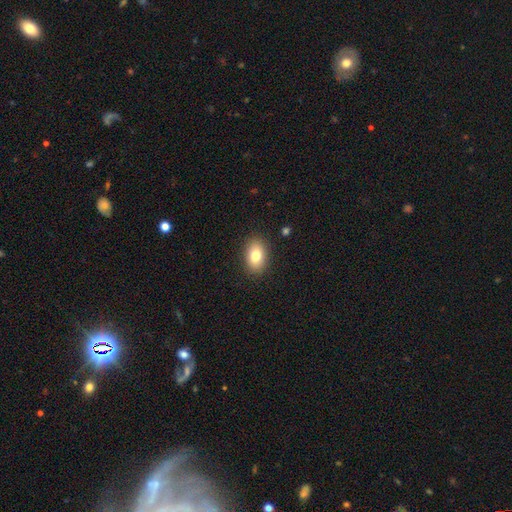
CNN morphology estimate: smooth_or_featured: smooth (p=0.80) [alt: featured or disk p=0.12]
how_rounded: in between (p=0.86) [alt: round p=0.13]
merging: none (p=0.88) [alt: minor disturbance p=0.09]